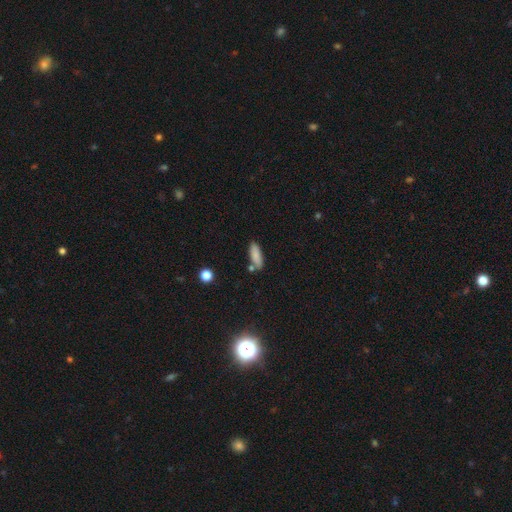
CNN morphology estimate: smooth 84%, featured or disk 9%, star or artifact 8%. Down the decision tree: how rounded — in between (59%); merging — none (73%).